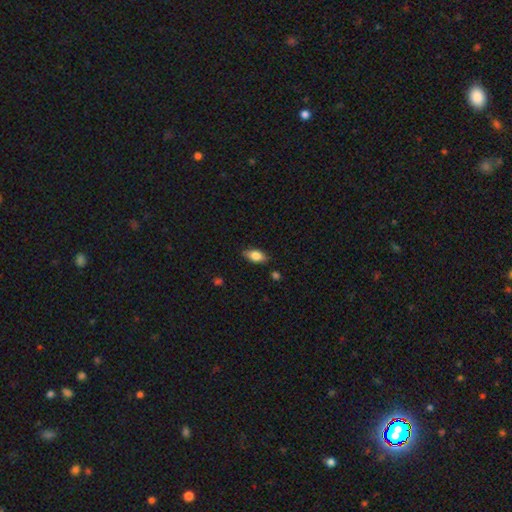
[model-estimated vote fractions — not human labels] Q: Smooth or featured?
A: smooth (79%); runner-up: featured or disk (14%)
Q: How rounded?
A: in between (88%); runner-up: cigar-shaped (7%)
Q: Merging?
A: none (82%); runner-up: minor disturbance (14%)